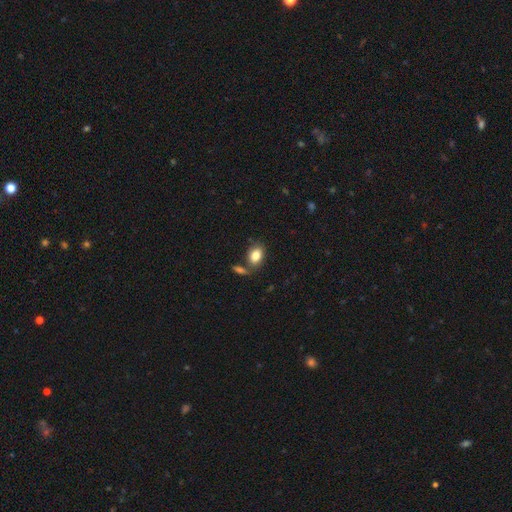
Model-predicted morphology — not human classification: Smooth or featured? Predicted: smooth (p=0.83). How rounded? Predicted: in between (p=0.82). Merging? Predicted: none (p=0.68).